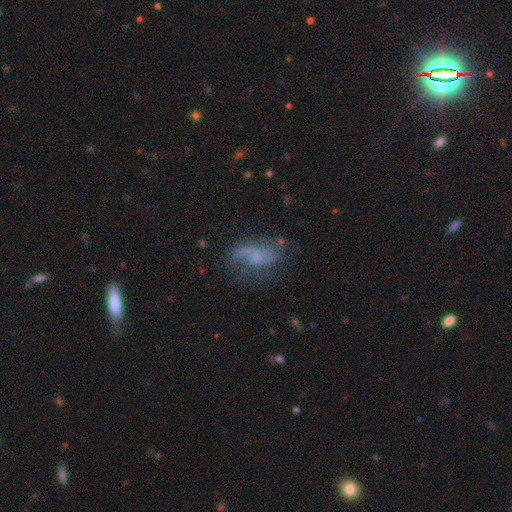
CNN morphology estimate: The model was most divided on "merging": none: 46%, major disturbance: 28%, minor disturbance: 21%, merger: 5%. More confident: edge-on disk — no (96%); spiral arms — yes (67%); bar — no (65%); smooth or featured — featured or disk (61%); bulge size — none (58%).